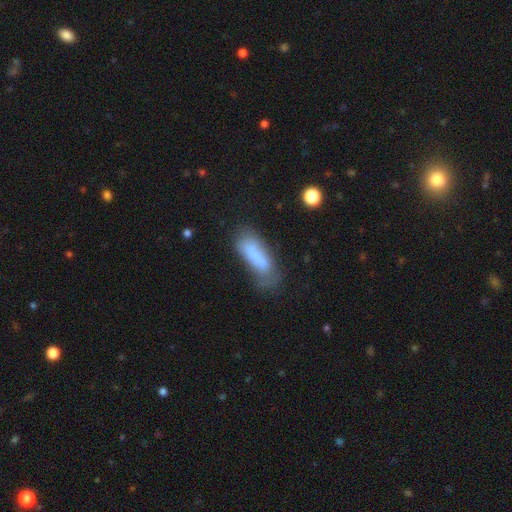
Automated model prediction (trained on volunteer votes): smooth 73%, featured or disk 18%, star or artifact 9%. Down the decision tree: how rounded — in between (55%); merging — none (41%).